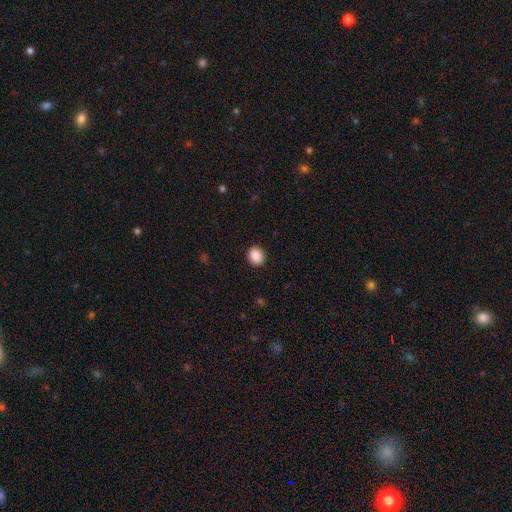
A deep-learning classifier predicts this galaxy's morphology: The model was most divided on "how rounded": round: 70%, in between: 29%, cigar-shaped: 1%. More confident: merging — none (91%); smooth or featured — smooth (89%).